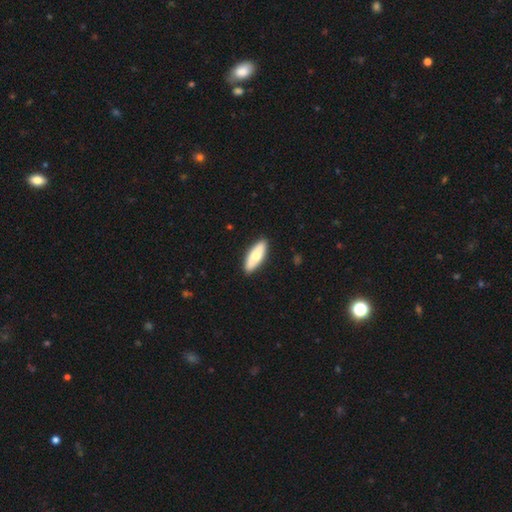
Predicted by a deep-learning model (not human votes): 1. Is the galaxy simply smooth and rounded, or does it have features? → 69% smooth, 26% featured or disk, 5% star or artifact.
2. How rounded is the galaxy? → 69% in between, 29% cigar-shaped, 2% round.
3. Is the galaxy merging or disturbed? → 89% none, 8% minor disturbance, 2% major disturbance, 1% merger.